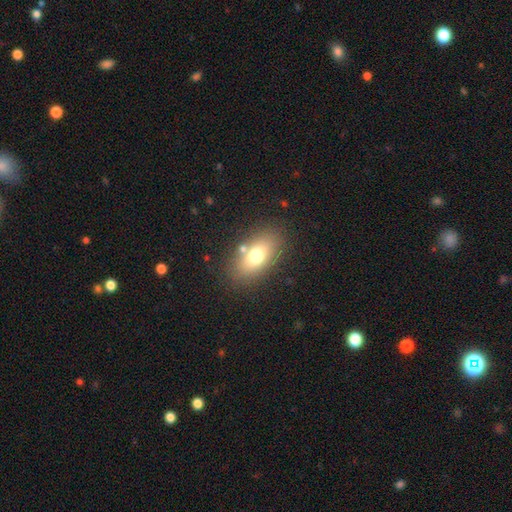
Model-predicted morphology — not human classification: Smooth or featured: smooth — 71% (featured or disk — 18%)
How rounded: in between — 86% (round — 11%)
Merging: none — 78% (minor disturbance — 11%)